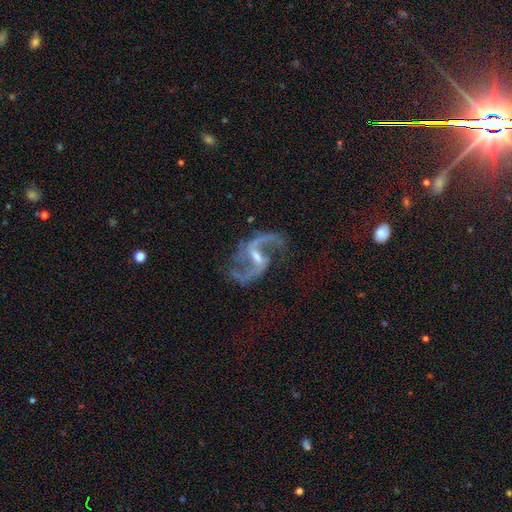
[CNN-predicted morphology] Q: Smooth or featured?
A: featured or disk (91%); runner-up: star or artifact (6%)
Q: Edge-on disk?
A: no (98%); runner-up: yes (2%)
Q: Bar?
A: weak (52%); runner-up: strong (29%)
Q: Spiral arms?
A: yes (97%); runner-up: no (3%)
Q: Spiral winding?
A: loose (69%); runner-up: medium (26%)
Q: Spiral arm count?
A: 2 (92%); runner-up: 1 (2%)
Q: Bulge size?
A: small (54%); runner-up: moderate (37%)
Q: Merging?
A: none (68%); runner-up: minor disturbance (16%)